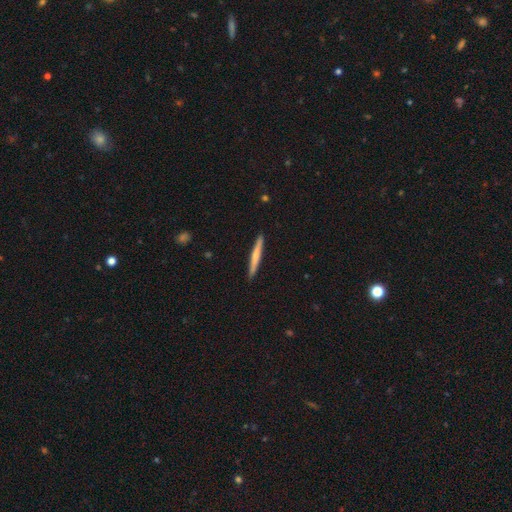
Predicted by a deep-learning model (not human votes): smooth 59%, featured or disk 36%, star or artifact 5%. Down the decision tree: how rounded — cigar-shaped (96%); merging — none (91%).